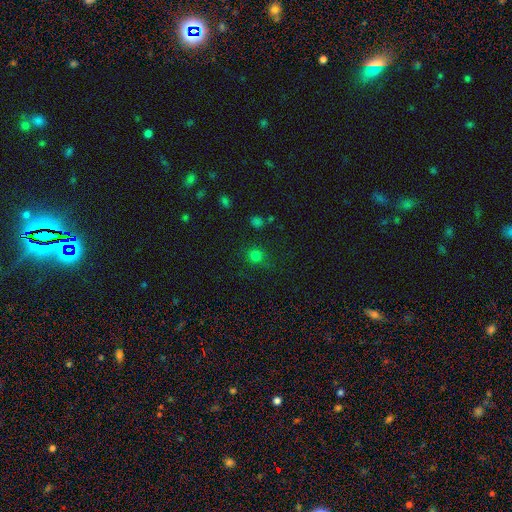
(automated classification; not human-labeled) Smooth or featured?
  - smooth: 76% *
  - star or artifact: 19%
  - featured or disk: 5%
How rounded?
  - round: 91% *
  - in between: 8%
  - cigar-shaped: 1%
Merging?
  - none: 83% *
  - minor disturbance: 10%
  - major disturbance: 4%
  - merger: 2%